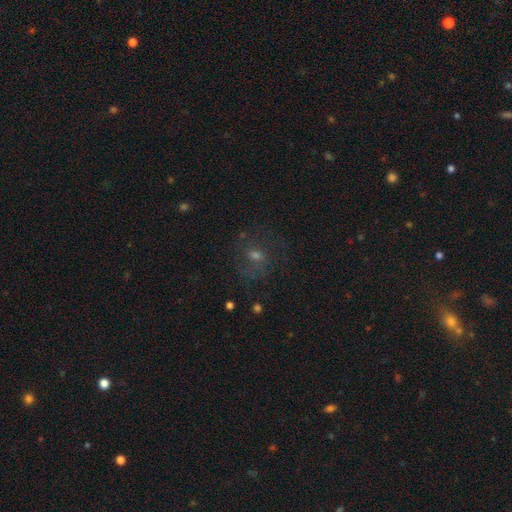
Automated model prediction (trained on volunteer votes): Smooth or featured: featured or disk — 38% (smooth — 34%)
Merging: none — 65% (minor disturbance — 17%)